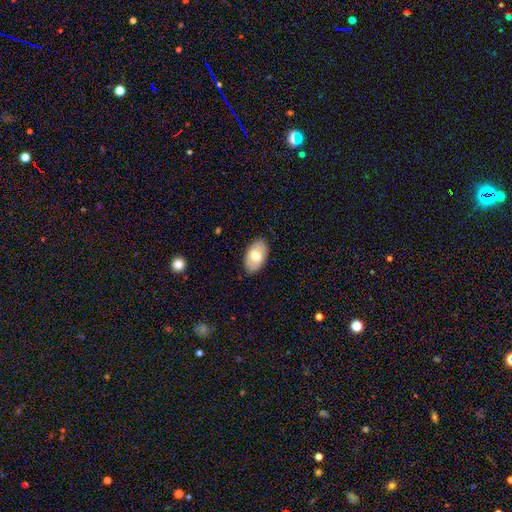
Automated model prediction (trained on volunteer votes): Smooth or featured? Predicted: smooth (p=0.70). How rounded? Predicted: in between (p=0.93). Merging? Predicted: none (p=0.86).